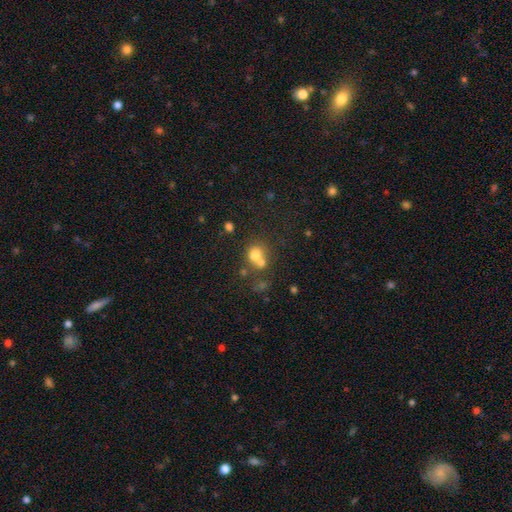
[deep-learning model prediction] Q: Smooth or featured?
A: smooth (70%); runner-up: featured or disk (15%)
Q: How rounded?
A: round (80%); runner-up: in between (19%)
Q: Merging?
A: merger (47%); runner-up: none (40%)